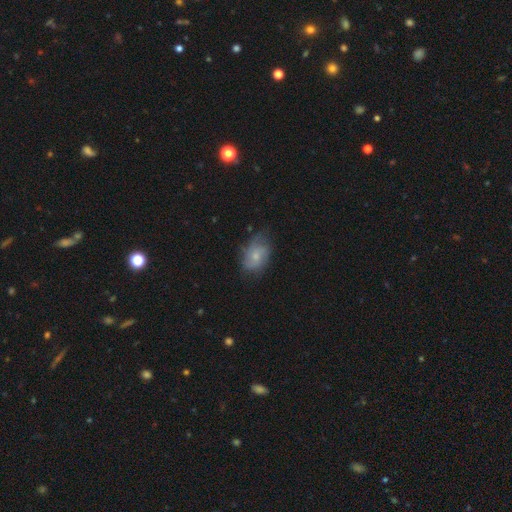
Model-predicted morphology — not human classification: Smooth or featured?
  - smooth: 55% *
  - featured or disk: 37%
  - star or artifact: 8%
How rounded?
  - in between: 84% *
  - round: 14%
  - cigar-shaped: 2%
Merging?
  - none: 54% *
  - minor disturbance: 33%
  - major disturbance: 12%
  - merger: 2%